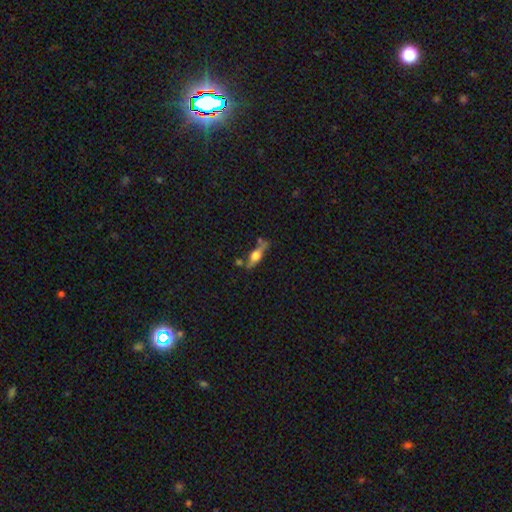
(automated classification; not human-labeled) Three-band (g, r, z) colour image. It shows a featured or disk galaxy (58%) viewed edge-on (89%) with a rounded central bulge (92%). Merging: none (65%).